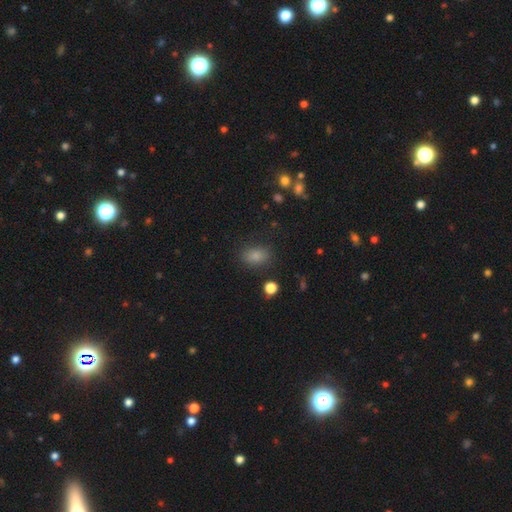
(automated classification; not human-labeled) A smooth galaxy with no disk features (83%) that is in between round and cigar-shaped (80%). Merging: none (80%).